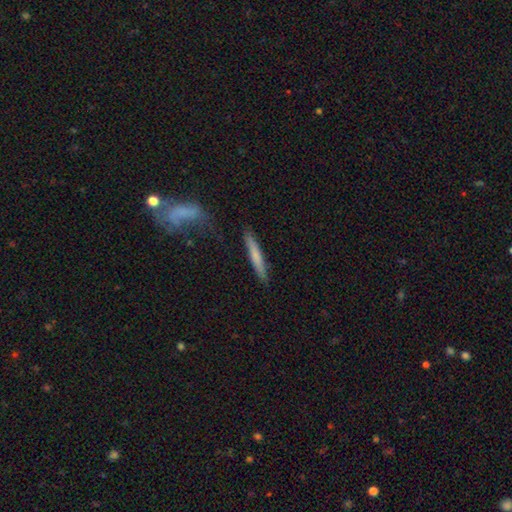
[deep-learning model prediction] Smooth or featured: smooth — 65% (featured or disk — 29%)
How rounded: cigar-shaped — 94% (in between — 4%)
Merging: none — 83% (minor disturbance — 11%)